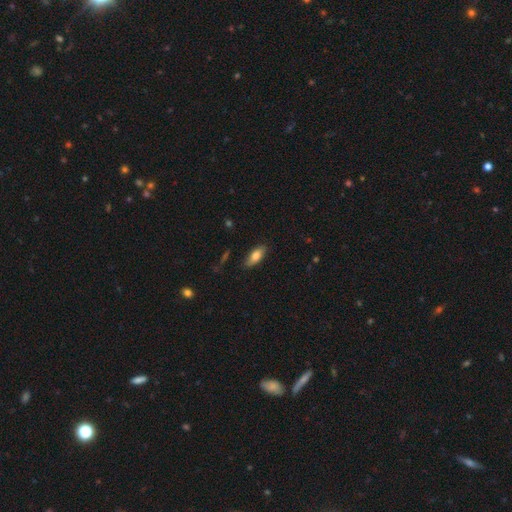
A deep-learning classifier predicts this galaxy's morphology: smooth 79%, featured or disk 14%, star or artifact 7%. Down the decision tree: how rounded — in between (80%); merging — none (82%).